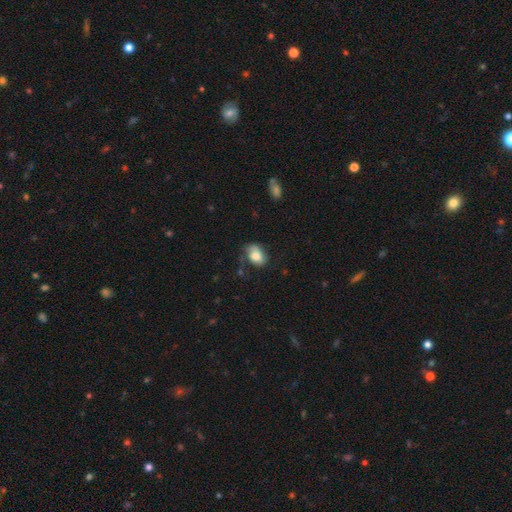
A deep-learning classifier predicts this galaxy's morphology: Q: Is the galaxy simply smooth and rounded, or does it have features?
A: smooth — 74%.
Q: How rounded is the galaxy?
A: in between — 81%.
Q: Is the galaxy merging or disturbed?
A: none — 52%.